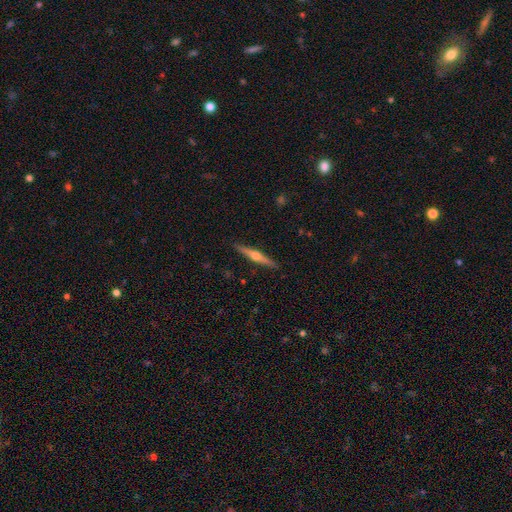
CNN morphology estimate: Smooth or featured? Predicted: featured or disk (p=0.68). Edge-on disk? Predicted: yes (p=0.98). Edge-on bulge? Predicted: rounded (p=0.91). Merging? Predicted: none (p=0.91).